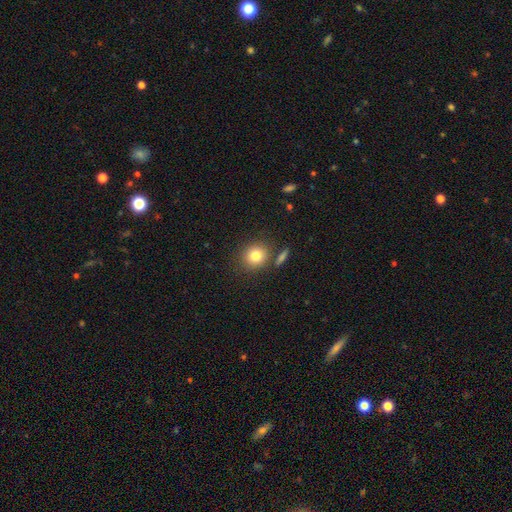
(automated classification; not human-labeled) This is clearly a smooth galaxy (81%). How rounded: clearly round (80%). Merging: likely none (79%).